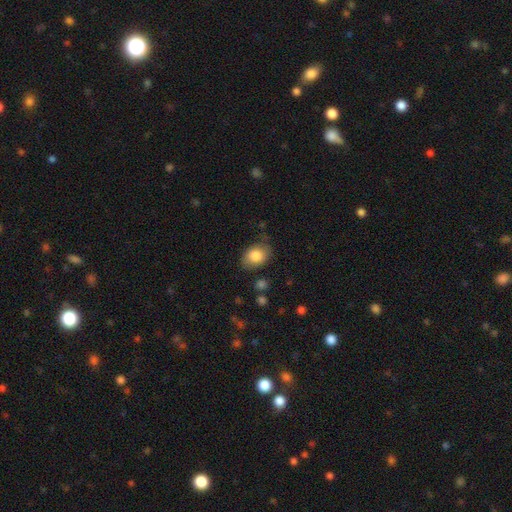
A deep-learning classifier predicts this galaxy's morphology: Smooth or featured? smooth (82%)
How rounded? in between (74%)
Merging? none (70%)